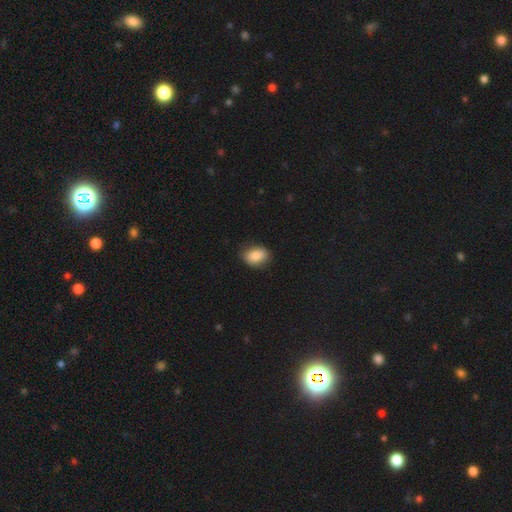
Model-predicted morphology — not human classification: A smooth galaxy with no disk features (85%) that is in between round and cigar-shaped (74%). Merging: none (80%).